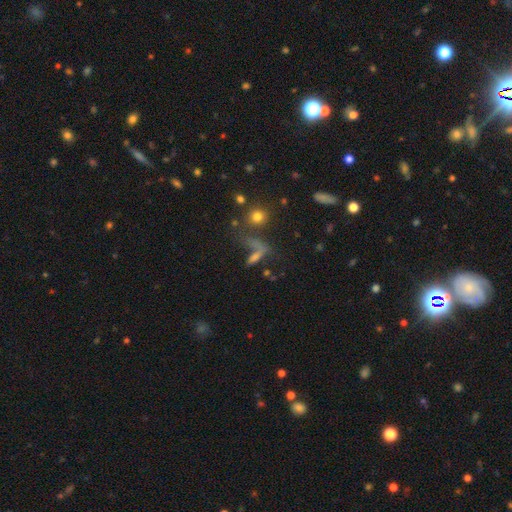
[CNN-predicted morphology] Smooth or featured?
  - smooth: 43% *
  - featured or disk: 29%
  - star or artifact: 27%
Merging?
  - none: 42% *
  - merger: 23%
  - major disturbance: 20%
  - minor disturbance: 15%